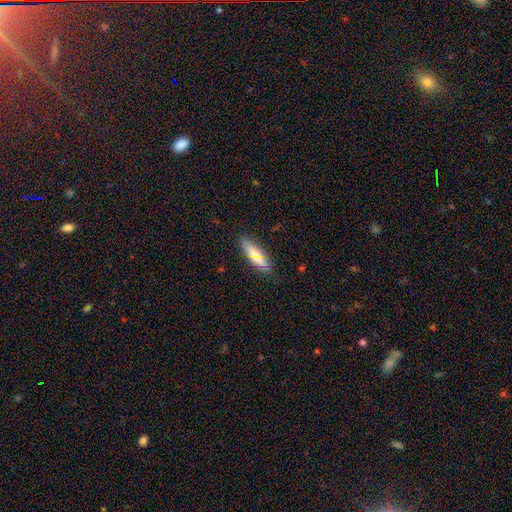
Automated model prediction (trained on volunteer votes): Smooth or featured? Predicted: smooth (p=0.70). How rounded? Predicted: cigar-shaped (p=0.71). Merging? Predicted: none (p=0.85).